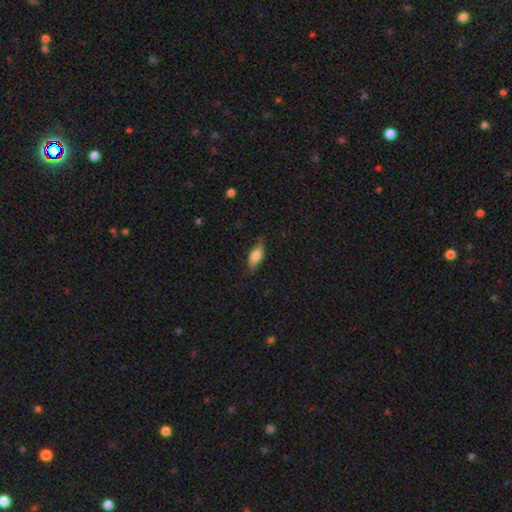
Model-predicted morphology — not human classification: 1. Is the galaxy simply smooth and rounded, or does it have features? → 74% smooth, 19% featured or disk, 7% star or artifact.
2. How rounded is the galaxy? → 80% in between, 17% cigar-shaped, 3% round.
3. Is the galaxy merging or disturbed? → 74% none, 21% minor disturbance, 4% major disturbance, 1% merger.